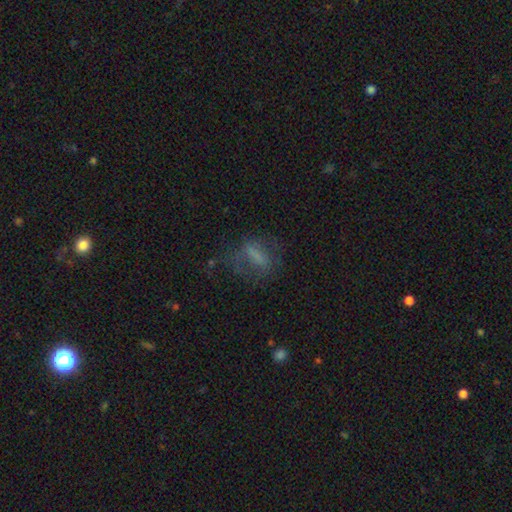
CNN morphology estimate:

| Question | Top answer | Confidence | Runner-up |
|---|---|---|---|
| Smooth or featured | smooth | 51% | featured or disk (32%) |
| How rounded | in between | 56% | cigar-shaped (31%) |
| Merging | none | 49% | major disturbance (27%) |